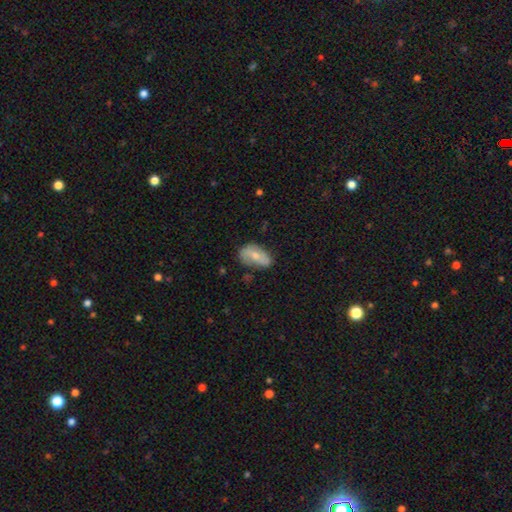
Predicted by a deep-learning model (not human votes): Smooth or featured? Predicted: smooth (p=0.50). Merging? Predicted: none (p=0.58).